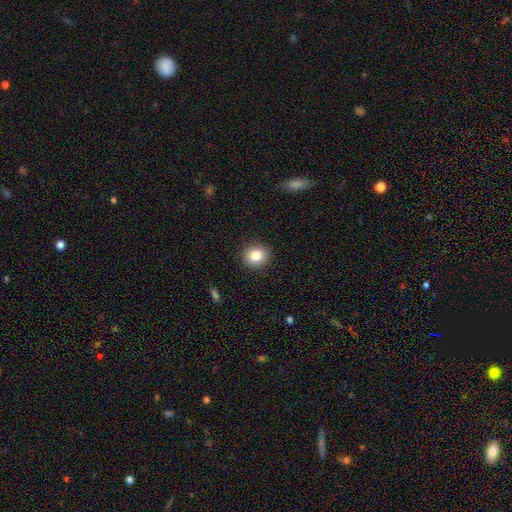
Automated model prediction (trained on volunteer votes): Overall: smooth (83%). How rounded: round (85%). Merging: none (91%).